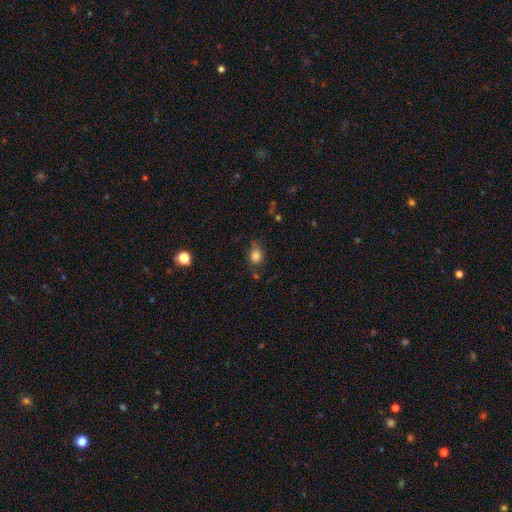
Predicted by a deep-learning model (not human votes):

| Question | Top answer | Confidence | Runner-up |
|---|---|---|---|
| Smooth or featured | smooth | 82% | star or artifact (11%) |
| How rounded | round | 54% | in between (45%) |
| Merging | none | 66% | minor disturbance (22%) |